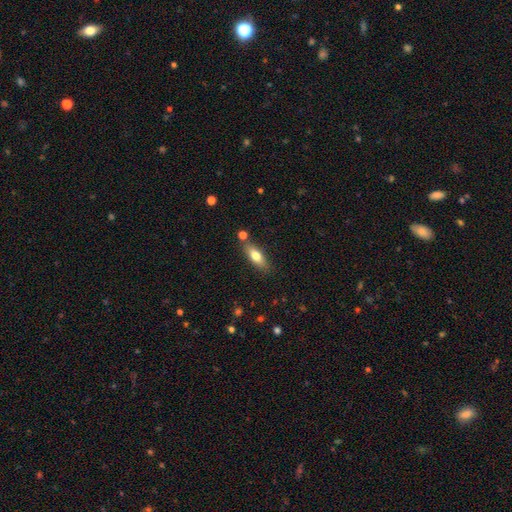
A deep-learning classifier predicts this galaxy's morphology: type=smooth (71%); roundness=in between (60%); merging=none (76%).